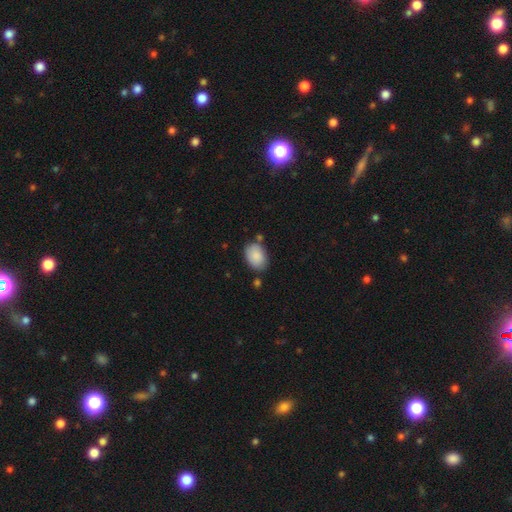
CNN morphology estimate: Smooth or featured?
  - smooth: 87% *
  - star or artifact: 6%
  - featured or disk: 6%
How rounded?
  - in between: 85% *
  - round: 14%
  - cigar-shaped: 1%
Merging?
  - none: 74% *
  - minor disturbance: 16%
  - merger: 6%
  - major disturbance: 4%